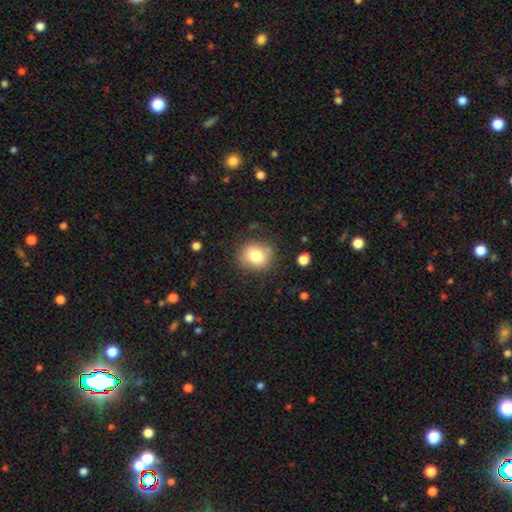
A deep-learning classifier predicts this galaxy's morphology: smooth 78%, featured or disk 11%, star or artifact 11%. Down the decision tree: how rounded — round (76%); merging — none (80%).